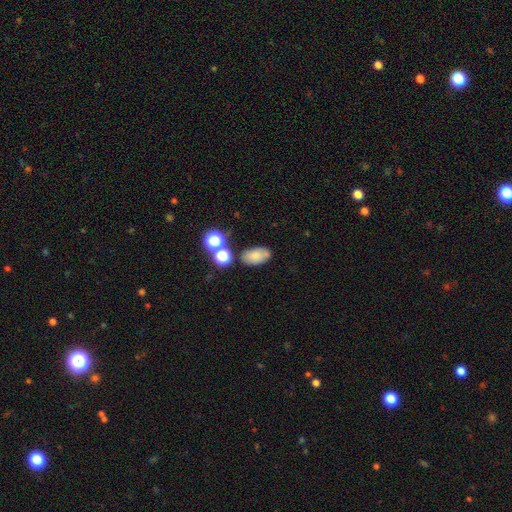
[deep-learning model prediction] smooth-or-featured: smooth: 74% | featured or disk: 14% | star or artifact: 12%
  how-rounded: in between: 90% | round: 8% | cigar-shaped: 2%
  merging: none: 65% | minor disturbance: 17% | merger: 13% | major disturbance: 5%